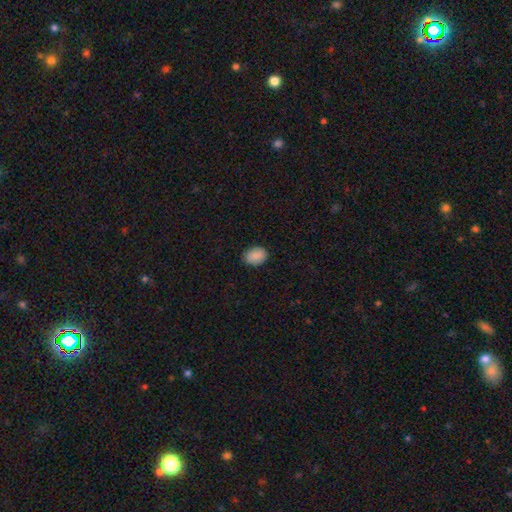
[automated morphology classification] Smooth or featured: smooth — 89% (star or artifact — 7%)
How rounded: in between — 69% (round — 30%)
Merging: none — 88% (minor disturbance — 9%)